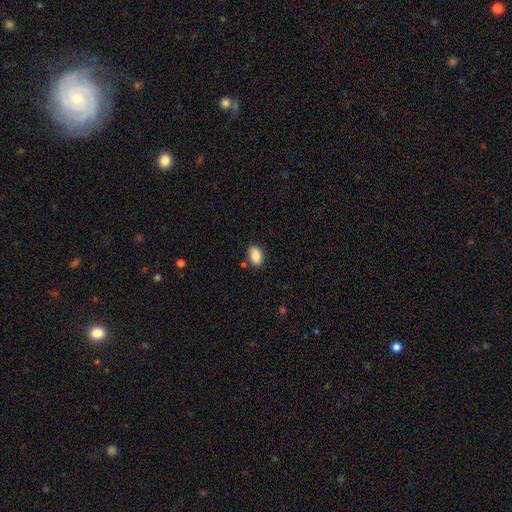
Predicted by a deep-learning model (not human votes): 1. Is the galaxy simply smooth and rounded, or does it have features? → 88% smooth, 8% star or artifact, 5% featured or disk.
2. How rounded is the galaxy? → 85% in between, 13% round, 1% cigar-shaped.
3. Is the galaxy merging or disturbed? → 80% none, 13% minor disturbance, 4% merger, 3% major disturbance.